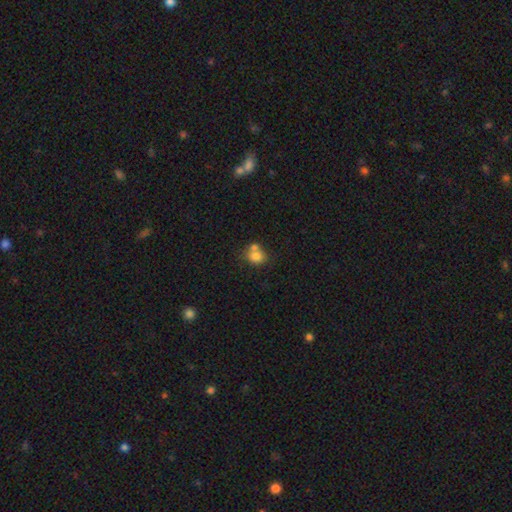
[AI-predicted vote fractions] This appears to be a smooth galaxy with no disk features (78%) that is round (68%). Merging: merger (46%).